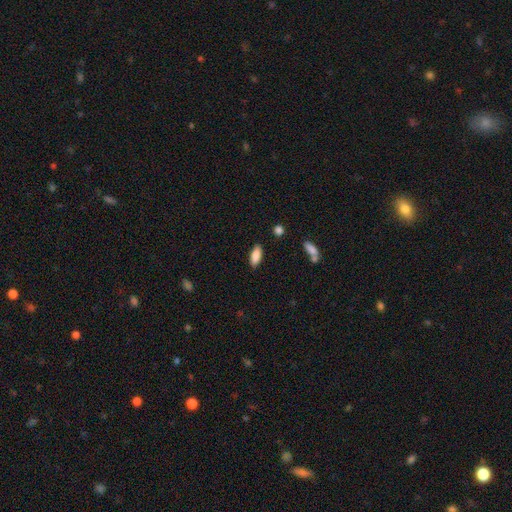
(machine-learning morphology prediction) Smooth or featured?
  - smooth: 87% *
  - star or artifact: 7%
  - featured or disk: 6%
How rounded?
  - in between: 80% *
  - cigar-shaped: 18%
  - round: 2%
Merging?
  - none: 85% *
  - minor disturbance: 11%
  - major disturbance: 2%
  - merger: 2%